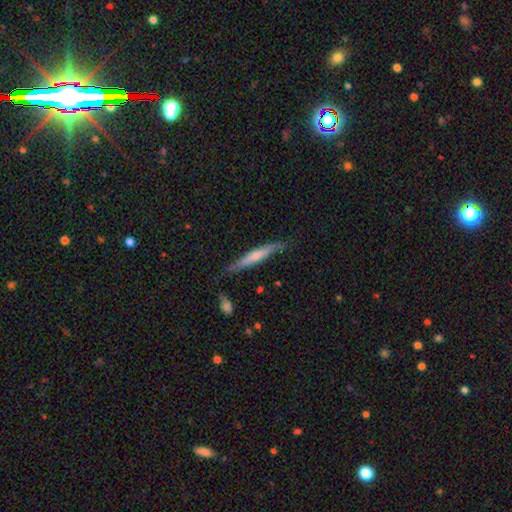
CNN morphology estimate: This is possibly a smooth galaxy (49%). Merging: likely none (73%).